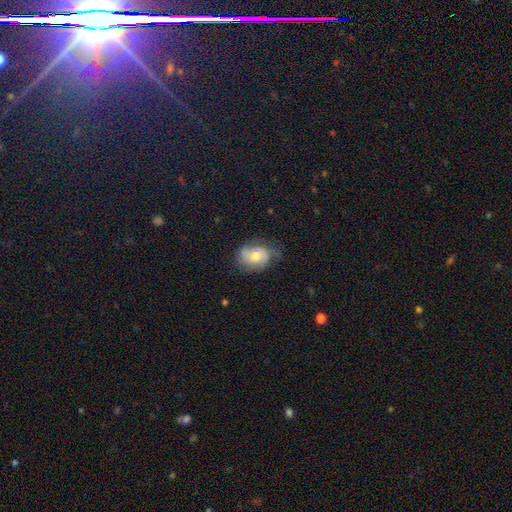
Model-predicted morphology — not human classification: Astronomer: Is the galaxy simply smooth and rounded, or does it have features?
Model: featured or disk — 47% (runner-up: smooth, 45%).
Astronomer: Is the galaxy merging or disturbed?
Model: none — 51% (runner-up: minor disturbance, 31%).